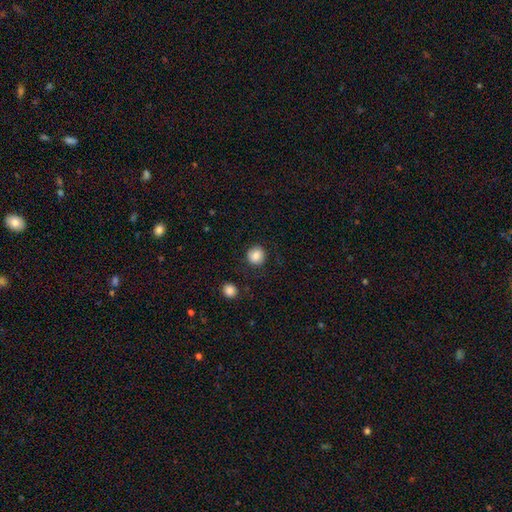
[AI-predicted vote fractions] Smooth or featured? smooth (85%)
How rounded? round (91%)
Merging? none (85%)